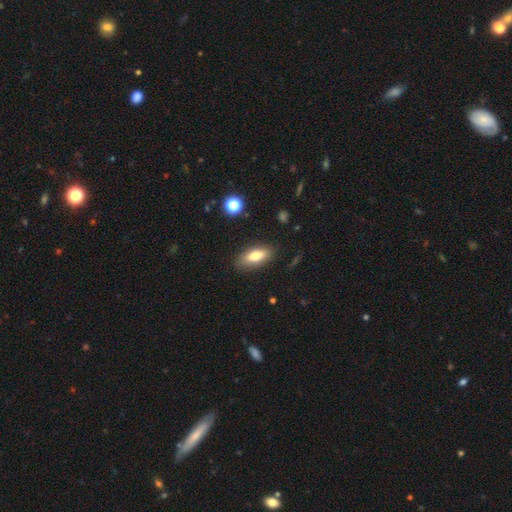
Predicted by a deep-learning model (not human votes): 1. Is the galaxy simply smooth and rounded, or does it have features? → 74% smooth, 18% featured or disk, 8% star or artifact.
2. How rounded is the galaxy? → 77% in between, 19% cigar-shaped, 3% round.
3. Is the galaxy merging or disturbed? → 85% none, 11% minor disturbance, 3% major disturbance, 2% merger.